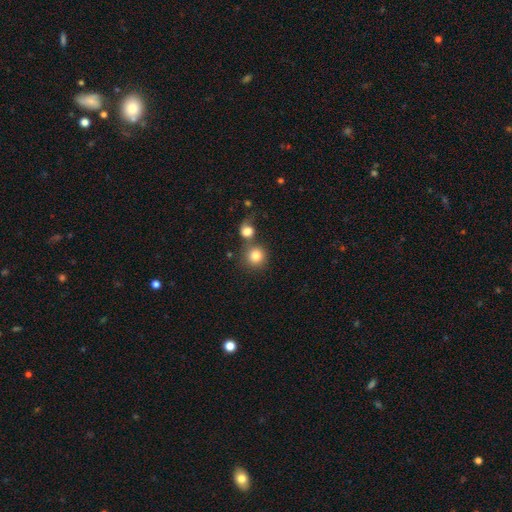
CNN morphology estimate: smooth-or-featured: smooth: 81% | star or artifact: 10% | featured or disk: 9%
  how-rounded: round: 90% | in between: 9% | cigar-shaped: 1%
  merging: none: 58% | merger: 29% | minor disturbance: 8% | major disturbance: 5%